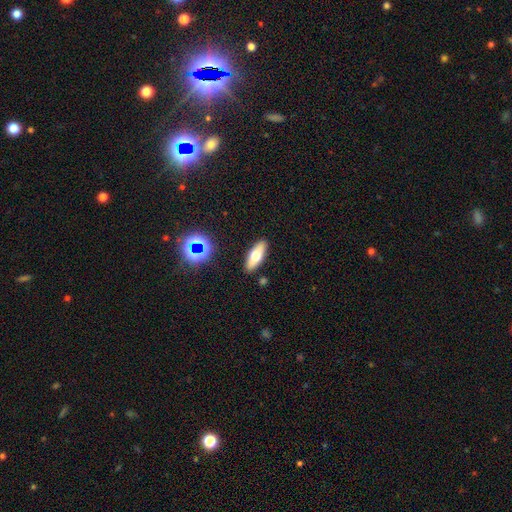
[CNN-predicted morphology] A smooth galaxy with no disk features (61%) that is in between round and cigar-shaped (66%). Merging: none (88%).